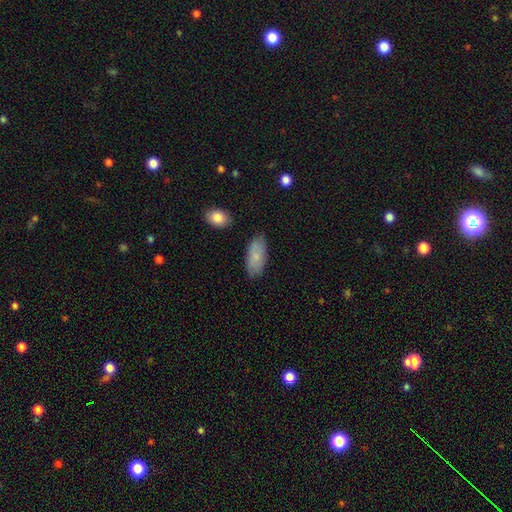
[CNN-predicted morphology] Q: Smooth or featured?
A: smooth (79%); runner-up: featured or disk (14%)
Q: How rounded?
A: in between (91%); runner-up: cigar-shaped (7%)
Q: Merging?
A: none (79%); runner-up: minor disturbance (16%)